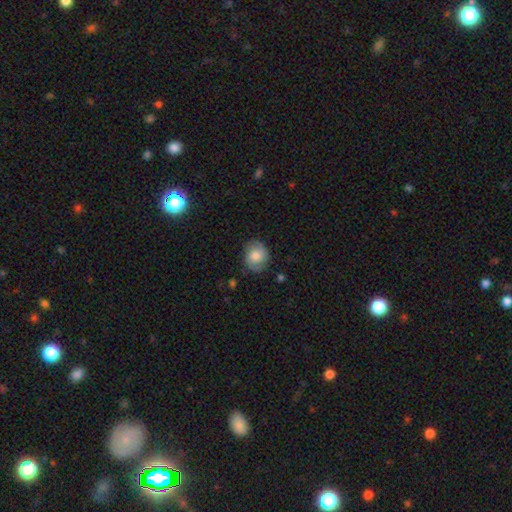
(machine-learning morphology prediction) Smooth or featured: smooth — 62% (featured or disk — 29%)
How rounded: round — 68% (in between — 31%)
Merging: none — 76% (minor disturbance — 18%)